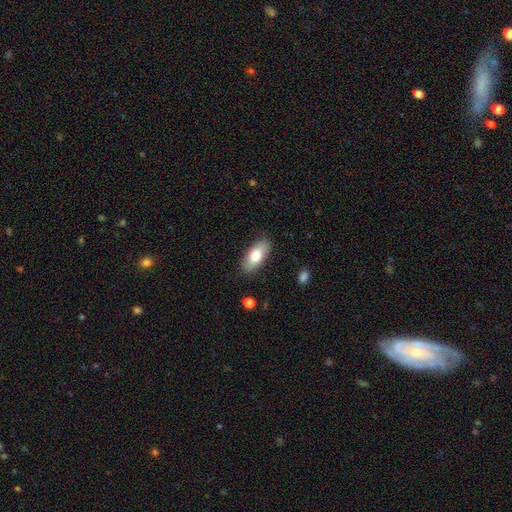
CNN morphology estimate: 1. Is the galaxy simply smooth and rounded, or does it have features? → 75% smooth, 19% featured or disk, 6% star or artifact.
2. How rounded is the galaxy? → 85% in between, 12% cigar-shaped, 3% round.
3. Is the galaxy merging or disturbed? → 85% none, 11% minor disturbance, 2% major disturbance, 1% merger.